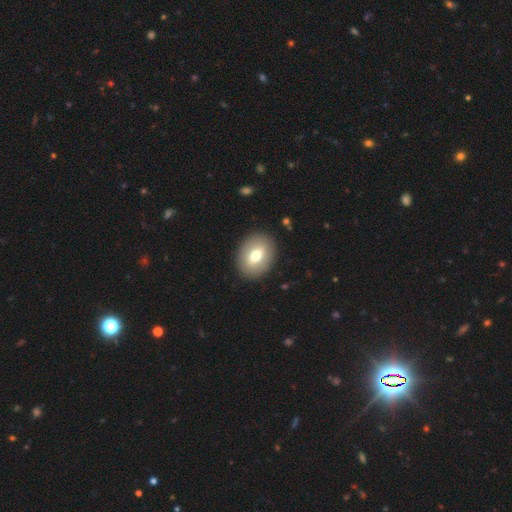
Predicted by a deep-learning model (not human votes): smooth 68%, featured or disk 24%, star or artifact 7%. Down the decision tree: how rounded — in between (64%); merging — none (90%).